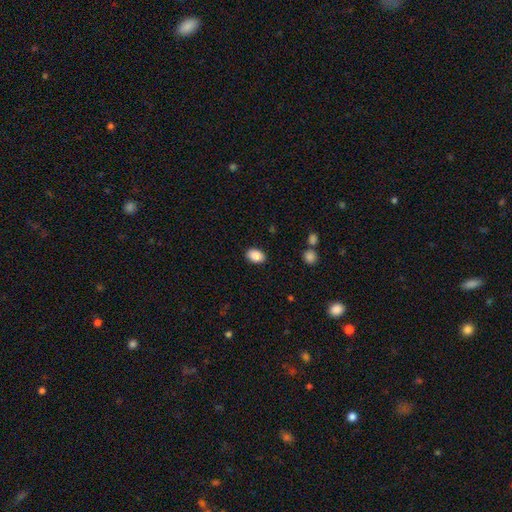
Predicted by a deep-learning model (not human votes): A smooth galaxy with no disk features (89%) that is in between round and cigar-shaped (85%).

Vote fractions:
- Smooth or featured? smooth: 89% / star or artifact: 8% / featured or disk: 4%
- How rounded? in between: 85% / round: 14% / cigar-shaped: 1%
- Merging? none: 87% / minor disturbance: 9% / major disturbance: 2% / merger: 1%